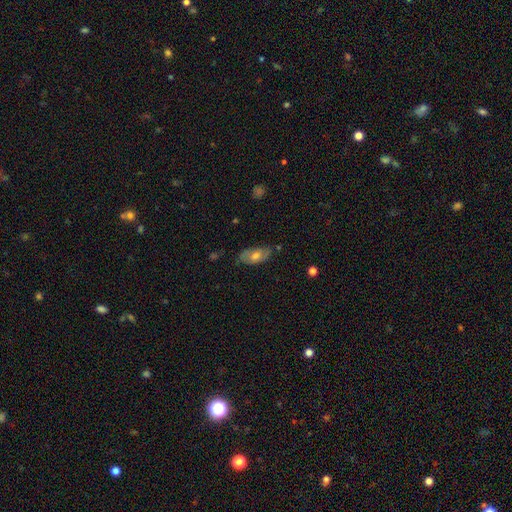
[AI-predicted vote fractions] smooth 50%, featured or disk 42%, star or artifact 8%. Down the decision tree: how rounded — in between (87%); merging — none (71%).